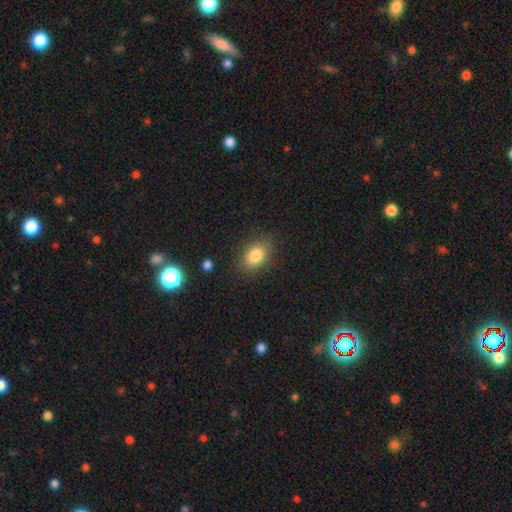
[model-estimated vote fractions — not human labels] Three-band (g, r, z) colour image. It shows a smooth galaxy with no disk features (81%) that is in between round and cigar-shaped (77%). Merging: none (83%).